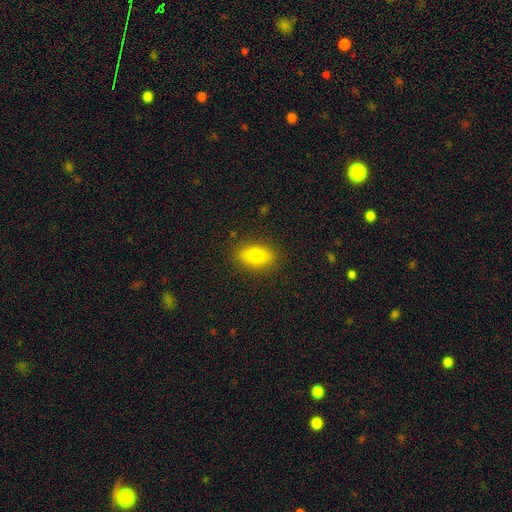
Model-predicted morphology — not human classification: smooth-or-featured: smooth: 78% | featured or disk: 13% | star or artifact: 8%
  how-rounded: in between: 84% | cigar-shaped: 8% | round: 8%
  merging: none: 88% | minor disturbance: 9% | major disturbance: 3% | merger: 1%